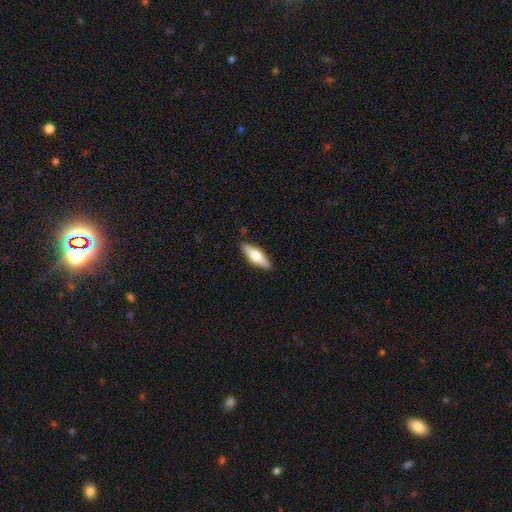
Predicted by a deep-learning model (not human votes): Morphology: type=smooth (54%); roundness=cigar-shaped (54%); merging=none (88%).